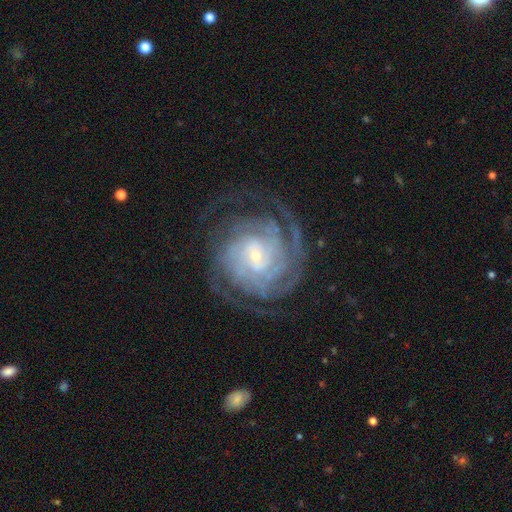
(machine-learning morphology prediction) smooth_or_featured: featured or disk (p=0.89) [alt: smooth p=0.06]
disk_edge_on: no (p=0.97) [alt: yes p=0.03]
bar: no (p=0.55) [alt: weak p=0.33]
has_spiral_arms: yes (p=0.97) [alt: no p=0.03]
spiral_winding: tight (p=0.73) [alt: medium p=0.23]
spiral_arm_count: can't tell (p=0.28) [alt: 4 p=0.19]
bulge_size: small (p=0.74) [alt: moderate p=0.21]
merging: none (p=0.72) [alt: minor disturbance p=0.14]